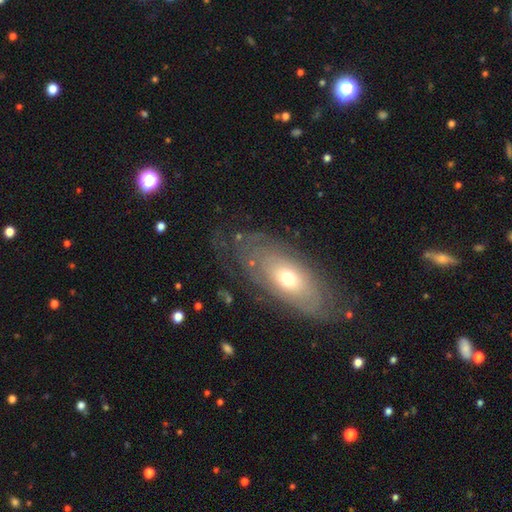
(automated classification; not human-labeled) This appears to be a featured or disk galaxy (59%). Merging: none (70%).